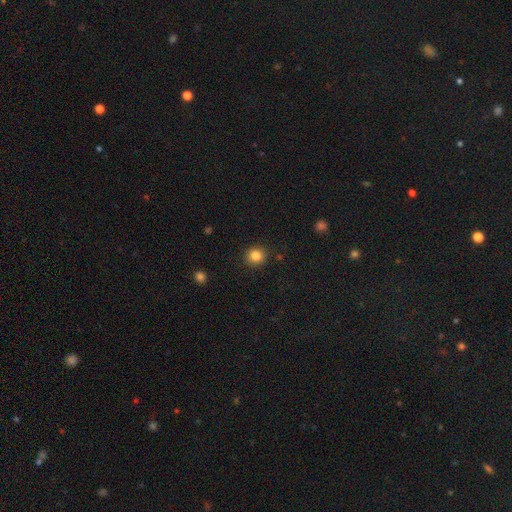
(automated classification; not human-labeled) Smooth or featured?
  - smooth: 84% *
  - star or artifact: 11%
  - featured or disk: 5%
How rounded?
  - round: 91% *
  - in between: 8%
  - cigar-shaped: 1%
Merging?
  - none: 91% *
  - minor disturbance: 6%
  - major disturbance: 2%
  - merger: 1%